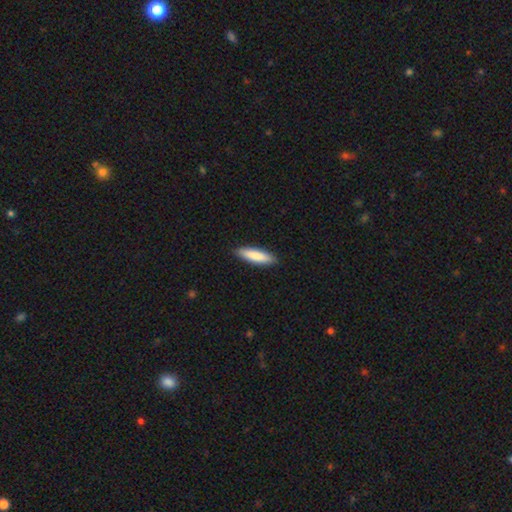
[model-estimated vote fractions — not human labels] smooth_or_featured: smooth (p=0.85) [alt: featured or disk p=0.10]
how_rounded: cigar-shaped (p=0.68) [alt: in between p=0.31]
merging: none (p=0.90) [alt: minor disturbance p=0.08]